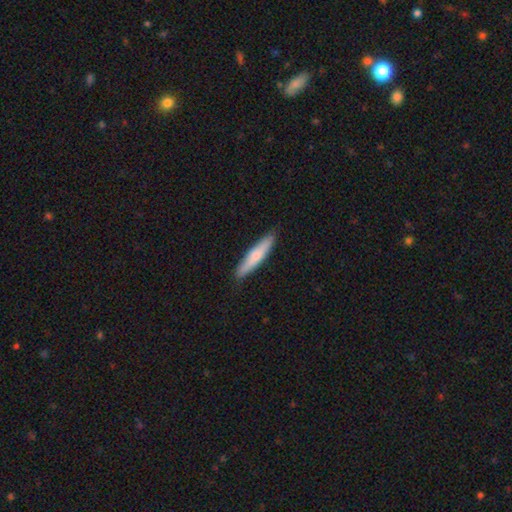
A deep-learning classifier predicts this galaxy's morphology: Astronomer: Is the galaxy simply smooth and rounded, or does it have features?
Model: smooth — 70%.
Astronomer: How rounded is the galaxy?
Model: cigar-shaped — 88%.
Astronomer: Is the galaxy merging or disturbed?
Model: none — 88%.